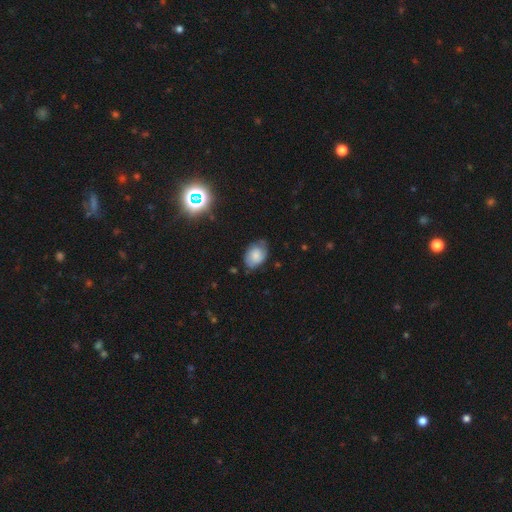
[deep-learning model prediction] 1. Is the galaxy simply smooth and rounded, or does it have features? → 67% smooth, 23% featured or disk, 10% star or artifact.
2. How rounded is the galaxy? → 80% in between, 19% round, 1% cigar-shaped.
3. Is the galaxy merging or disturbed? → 65% none, 27% minor disturbance, 6% major disturbance, 2% merger.